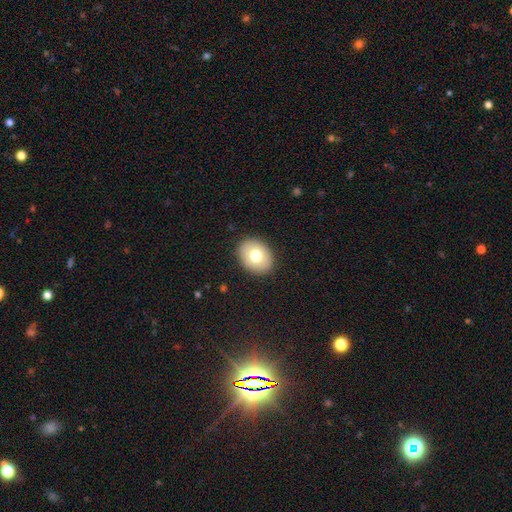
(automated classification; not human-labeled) A smooth galaxy with no disk features (75%) that is in between round and cigar-shaped (59%). Merging: none (90%).